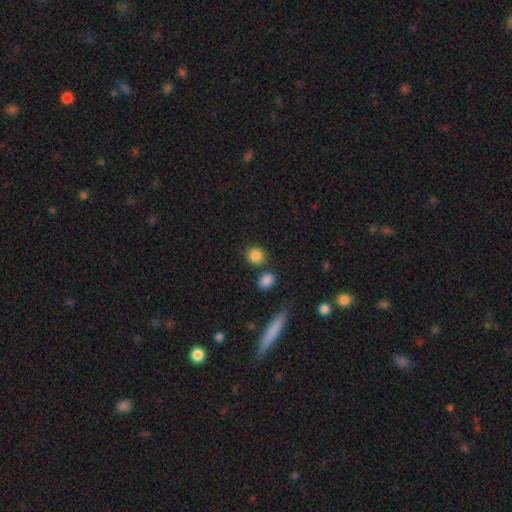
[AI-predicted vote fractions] A smooth galaxy with no disk features (86%) that is round (80%). Merging: none (76%).